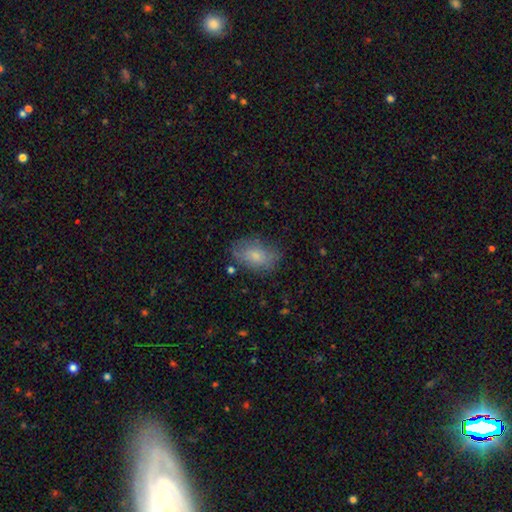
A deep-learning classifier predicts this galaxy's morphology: smooth-or-featured: smooth: 73% | featured or disk: 19% | star or artifact: 8%
  how-rounded: in between: 88% | round: 10% | cigar-shaped: 2%
  merging: none: 67% | minor disturbance: 23% | major disturbance: 7% | merger: 2%